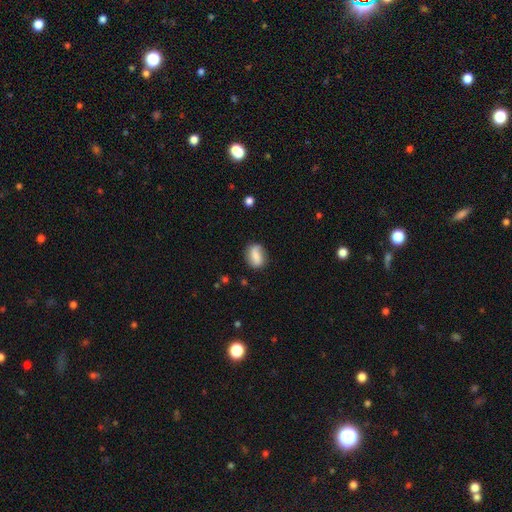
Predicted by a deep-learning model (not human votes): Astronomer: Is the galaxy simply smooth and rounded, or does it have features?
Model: smooth — 72%.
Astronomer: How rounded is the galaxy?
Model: in between — 73%.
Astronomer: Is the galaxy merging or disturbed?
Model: none — 71%.